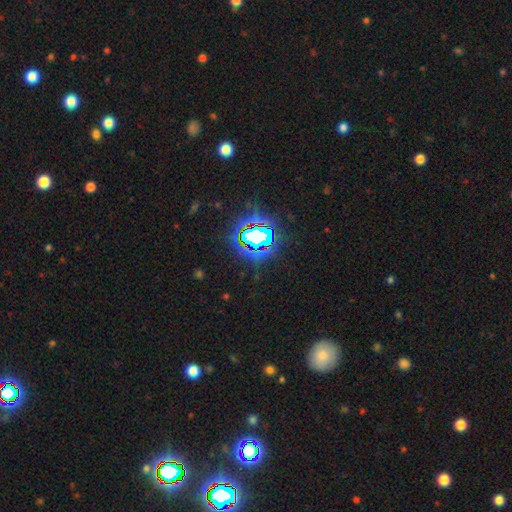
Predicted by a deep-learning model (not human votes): A star or artifact, not a galaxy (81%).

Vote fractions:
- Smooth or featured? star or artifact: 81% / smooth: 11% / featured or disk: 8%